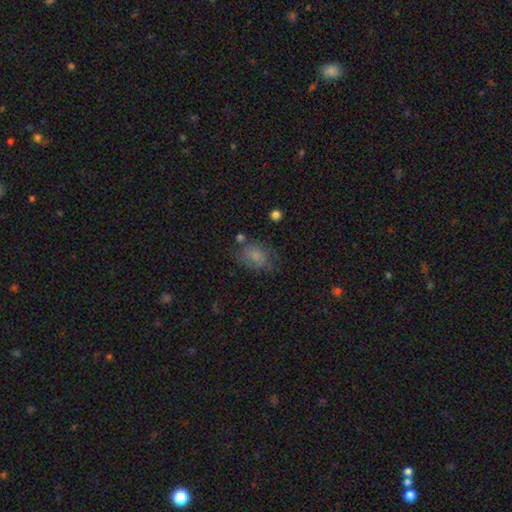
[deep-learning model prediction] This appears to be a smooth galaxy with no disk features (70%) that is in between round and cigar-shaped (73%). Merging: none (54%).